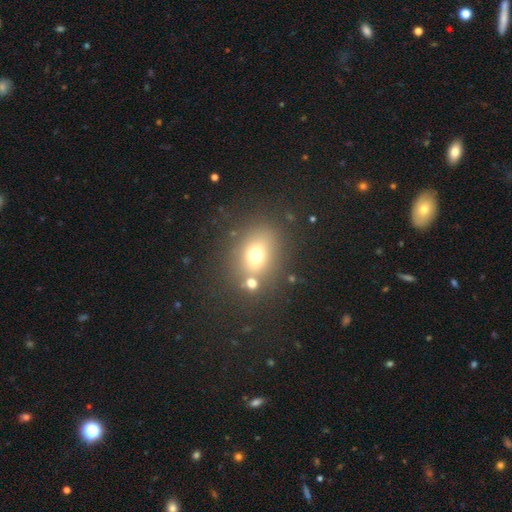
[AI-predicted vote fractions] Overall: smooth (67%). How rounded: in between (50%; round 48%). Merging: none (68%).